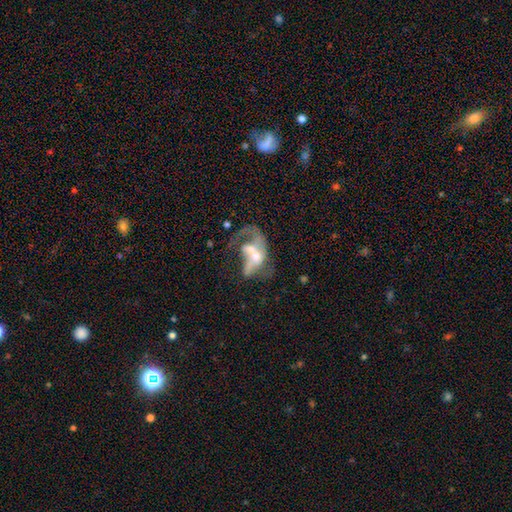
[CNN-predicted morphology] Q: Smooth or featured?
A: featured or disk (71%); runner-up: smooth (21%)
Q: Edge-on disk?
A: no (96%); runner-up: yes (4%)
Q: Bar?
A: no (65%); runner-up: weak (26%)
Q: Spiral arms?
A: yes (64%); runner-up: no (36%)
Q: Bulge size?
A: moderate (53%); runner-up: small (31%)
Q: Merging?
A: merger (44%); runner-up: major disturbance (32%)